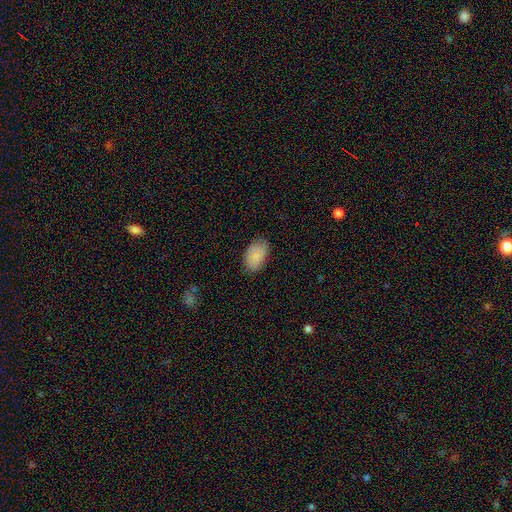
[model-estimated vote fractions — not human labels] Morphology: type=smooth (87%); roundness=in between (92%); merging=none (79%).